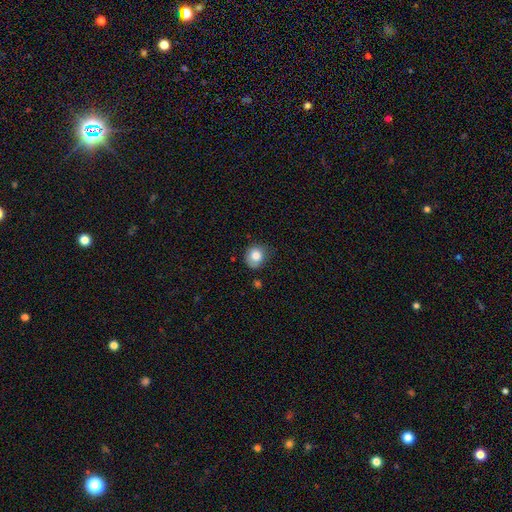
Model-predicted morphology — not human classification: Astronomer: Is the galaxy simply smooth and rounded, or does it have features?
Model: smooth — 81%.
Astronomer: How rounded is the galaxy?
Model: round — 76%.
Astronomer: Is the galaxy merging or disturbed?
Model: none — 62%.